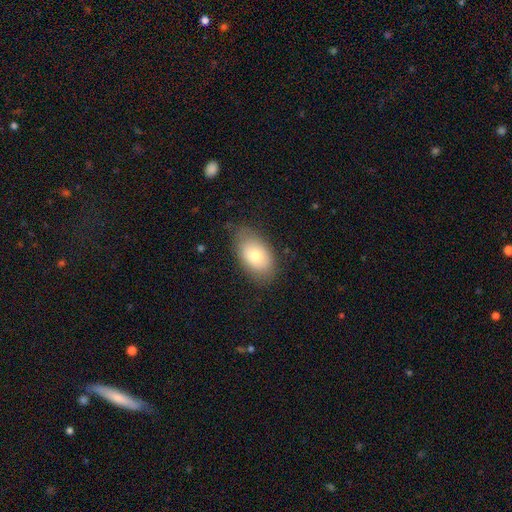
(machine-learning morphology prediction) smooth-or-featured: smooth: 73% | featured or disk: 19% | star or artifact: 8%
  how-rounded: in between: 91% | round: 8% | cigar-shaped: 1%
  merging: none: 77% | minor disturbance: 17% | major disturbance: 4% | merger: 1%